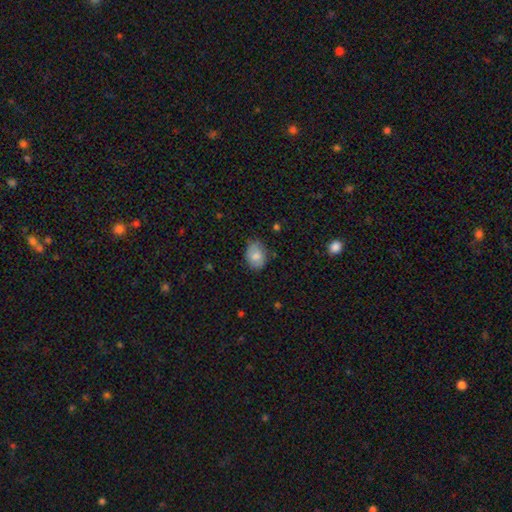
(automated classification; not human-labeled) A smooth galaxy with no disk features (79%) that is in between round and cigar-shaped (78%). Merging: none (76%).